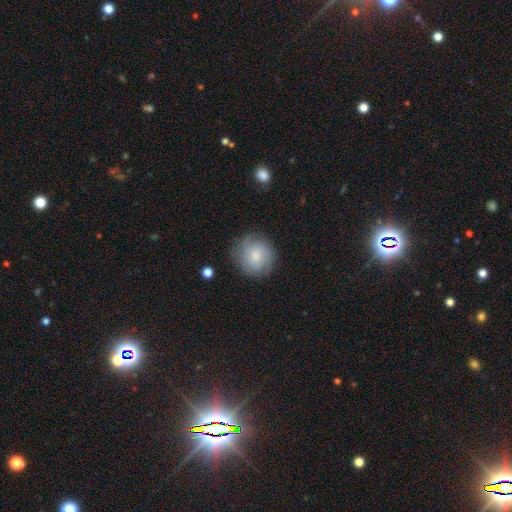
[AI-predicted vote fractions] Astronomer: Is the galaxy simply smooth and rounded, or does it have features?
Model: smooth — 67%.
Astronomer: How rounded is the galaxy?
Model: round — 89%.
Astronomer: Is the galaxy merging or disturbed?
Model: none — 77%.